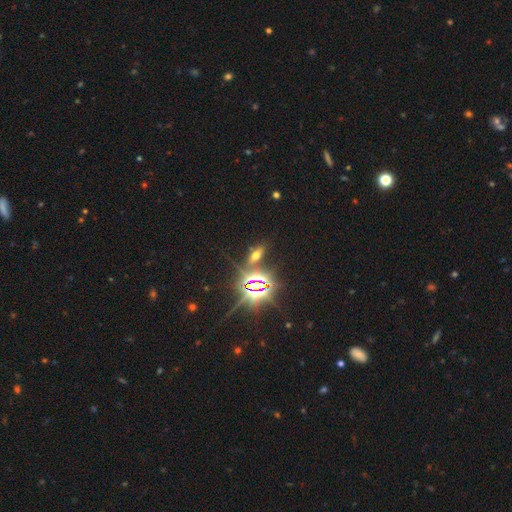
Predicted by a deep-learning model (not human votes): A star or artifact, not a galaxy (51%).